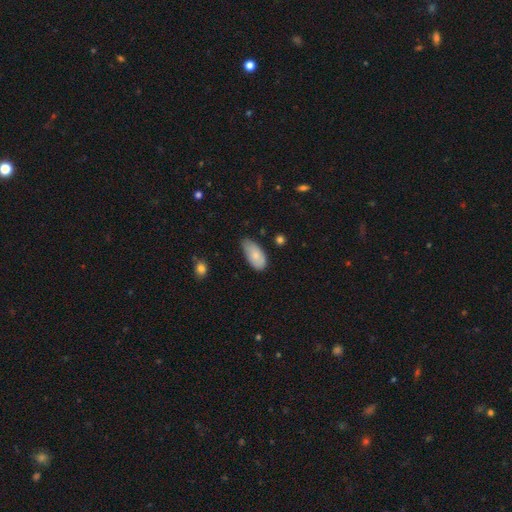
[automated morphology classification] Smooth or featured? Predicted: smooth (p=0.81). How rounded? Predicted: in between (p=0.93). Merging? Predicted: none (p=0.53).